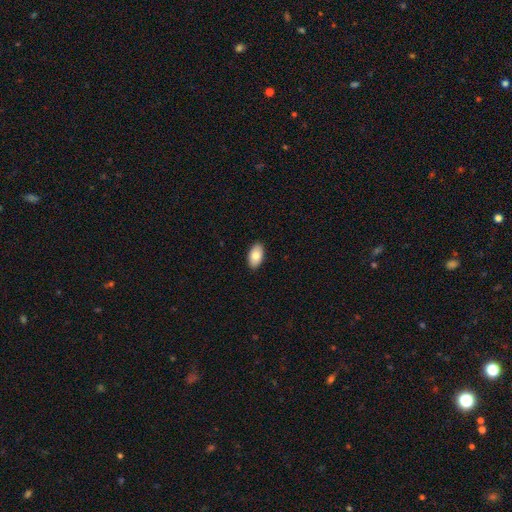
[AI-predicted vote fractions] The model was most divided on "smooth or featured": smooth: 82%, featured or disk: 11%, star or artifact: 6%. More confident: how rounded — in between (95%); merging — none (90%).